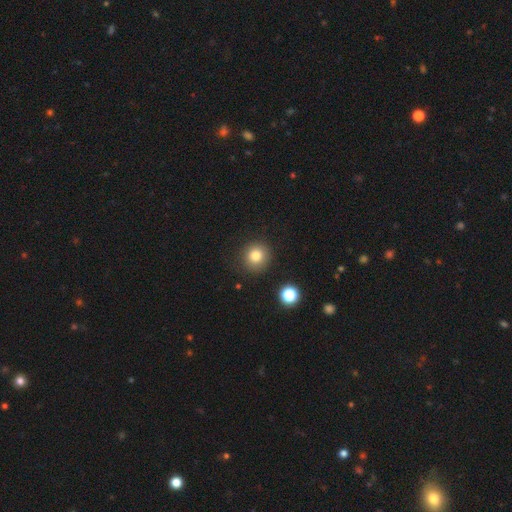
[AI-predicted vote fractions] smooth_or_featured: smooth (p=0.80) [alt: star or artifact p=0.13]
how_rounded: round (p=0.92) [alt: in between p=0.07]
merging: none (p=0.87) [alt: minor disturbance p=0.08]